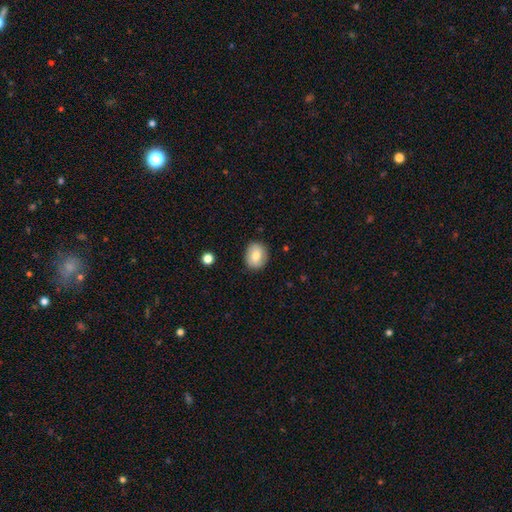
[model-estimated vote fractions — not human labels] A smooth galaxy with no disk features (73%) that is round (62%). Merging: none (86%).